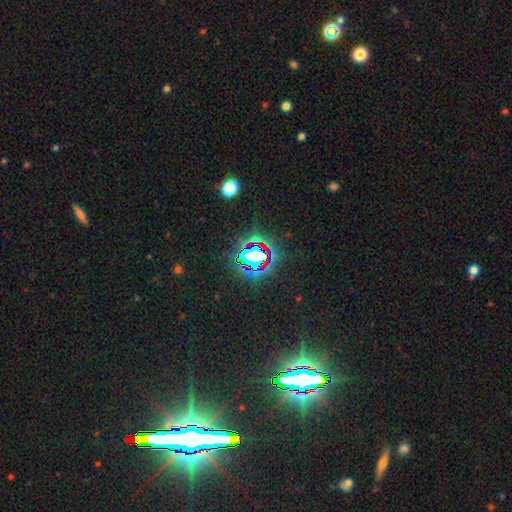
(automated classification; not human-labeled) Smooth or featured?
  - star or artifact: 76% *
  - smooth: 13%
  - featured or disk: 11%